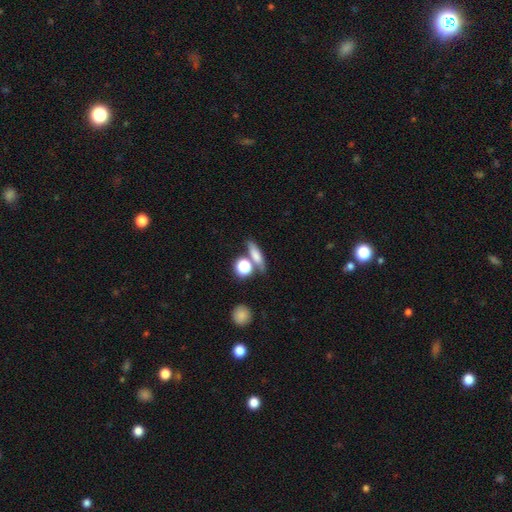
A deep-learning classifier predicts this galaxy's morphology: Smooth or featured? smooth (69%)
How rounded? cigar-shaped (44%)
Merging? none (63%)